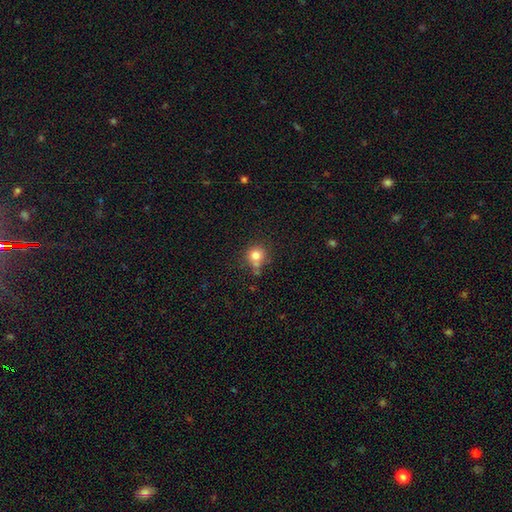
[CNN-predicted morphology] Smooth or featured?
  - smooth: 79% *
  - star or artifact: 12%
  - featured or disk: 9%
How rounded?
  - round: 88% *
  - in between: 11%
  - cigar-shaped: 1%
Merging?
  - none: 61% *
  - minor disturbance: 17%
  - merger: 16%
  - major disturbance: 6%